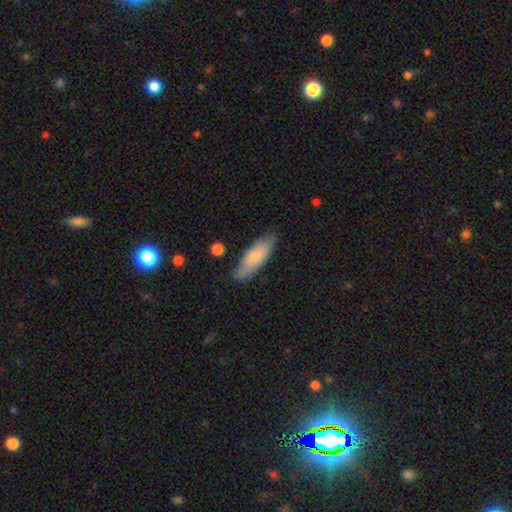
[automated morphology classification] A smooth galaxy with no disk features (74%) that is in between round and cigar-shaped (56%).

Vote fractions:
- Smooth or featured? smooth: 74% / featured or disk: 20% / star or artifact: 6%
- How rounded? in between: 56% / cigar-shaped: 42% / round: 2%
- Merging? none: 75% / minor disturbance: 20% / major disturbance: 3% / merger: 2%